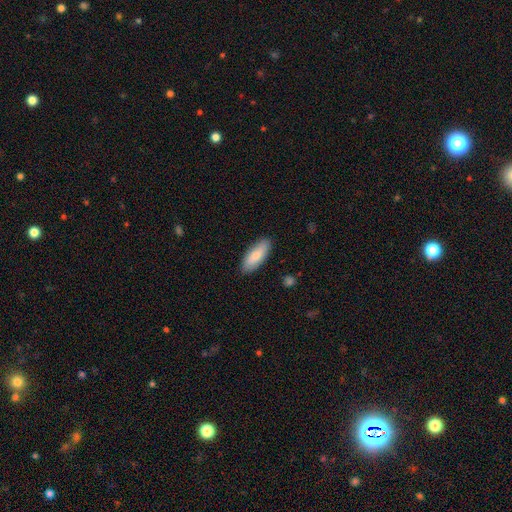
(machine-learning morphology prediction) A smooth galaxy with no disk features (81%) that is in between round and cigar-shaped (74%). Merging: none (87%).